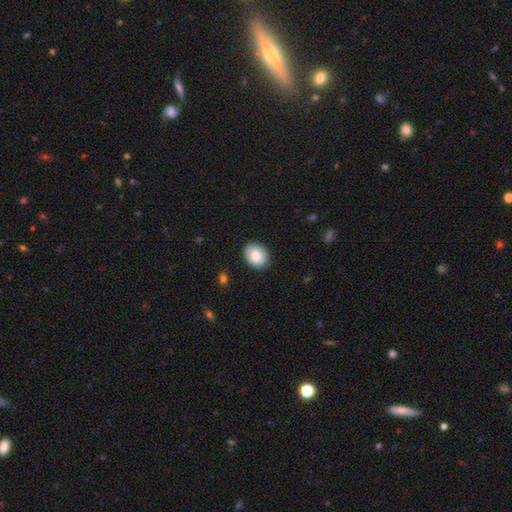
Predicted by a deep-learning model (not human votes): A smooth galaxy with no disk features (82%) that is in between round and cigar-shaped (51%). Merging: none (86%).